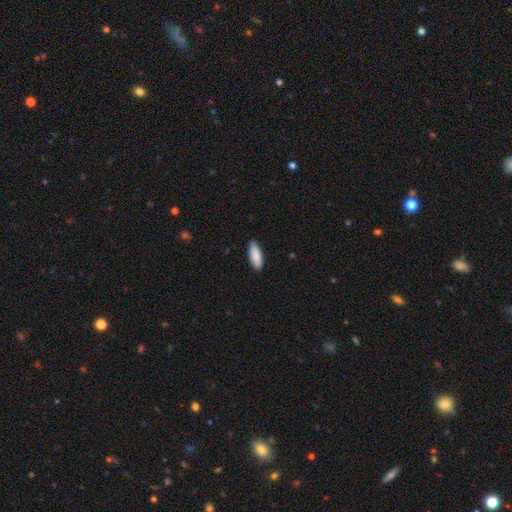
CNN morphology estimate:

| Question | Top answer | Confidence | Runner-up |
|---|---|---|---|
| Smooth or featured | smooth | 89% | featured or disk (6%) |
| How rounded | in between | 73% | cigar-shaped (26%) |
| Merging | none | 88% | minor disturbance (9%) |